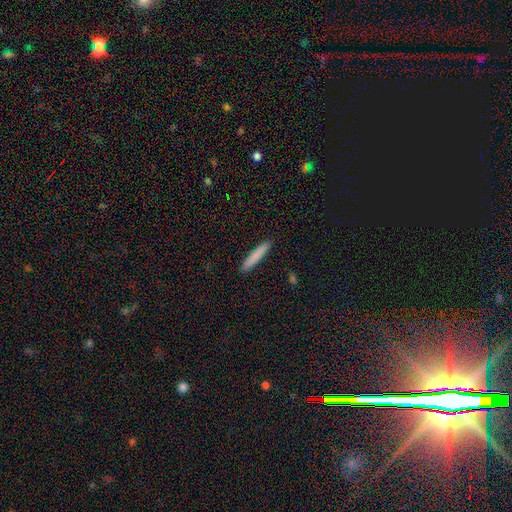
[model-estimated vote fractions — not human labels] smooth_or_featured: smooth (p=0.83) [alt: featured or disk p=0.11]
how_rounded: cigar-shaped (p=0.93) [alt: in between p=0.05]
merging: none (p=0.92) [alt: minor disturbance p=0.05]